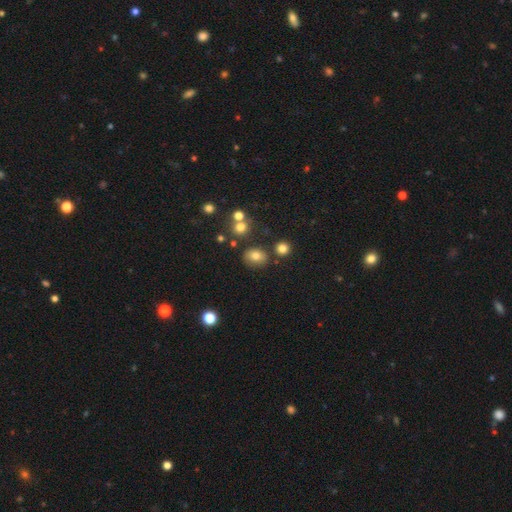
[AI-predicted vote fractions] This is likely a smooth galaxy (77%). How rounded: possibly in between (51%). Merging: likely none (76%).